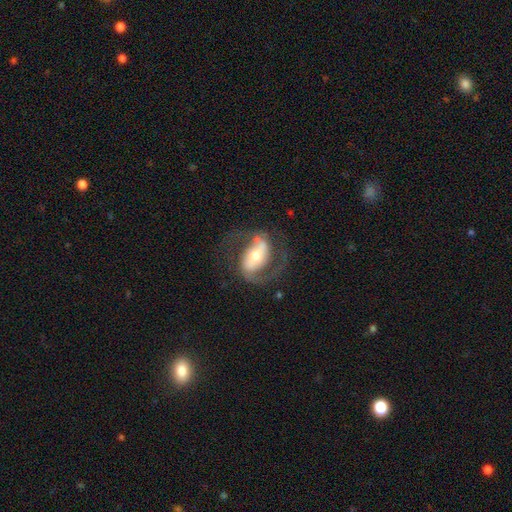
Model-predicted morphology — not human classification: Q: Smooth or featured?
A: featured or disk (86%); runner-up: smooth (9%)
Q: Edge-on disk?
A: no (96%); runner-up: yes (4%)
Q: Bar?
A: strong (52%); runner-up: weak (29%)
Q: Spiral arms?
A: yes (94%); runner-up: no (6%)
Q: Spiral winding?
A: medium (54%); runner-up: loose (28%)
Q: Spiral arm count?
A: 2 (90%); runner-up: 1 (4%)
Q: Bulge size?
A: moderate (58%); runner-up: small (29%)
Q: Merging?
A: none (69%); runner-up: minor disturbance (15%)